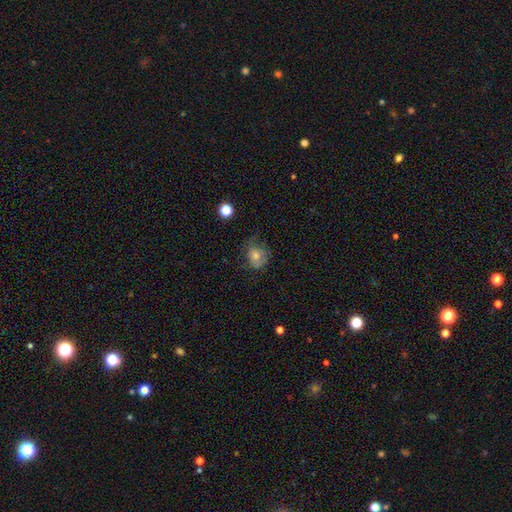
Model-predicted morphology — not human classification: This is possibly a smooth galaxy (47%). Merging: possibly none (57%).